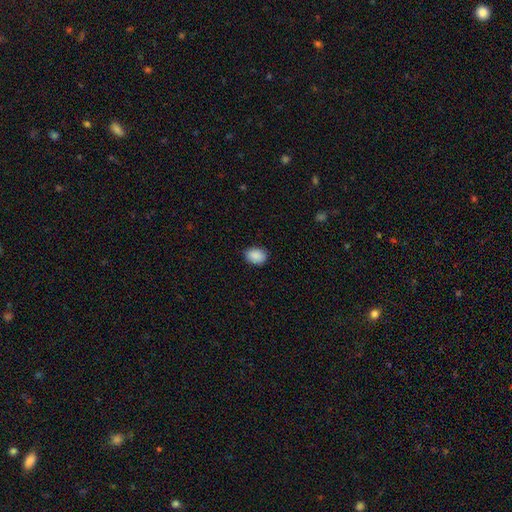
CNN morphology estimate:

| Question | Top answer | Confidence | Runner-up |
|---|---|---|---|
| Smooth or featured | smooth | 90% | star or artifact (7%) |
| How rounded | in between | 69% | round (31%) |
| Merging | none | 85% | minor disturbance (12%) |